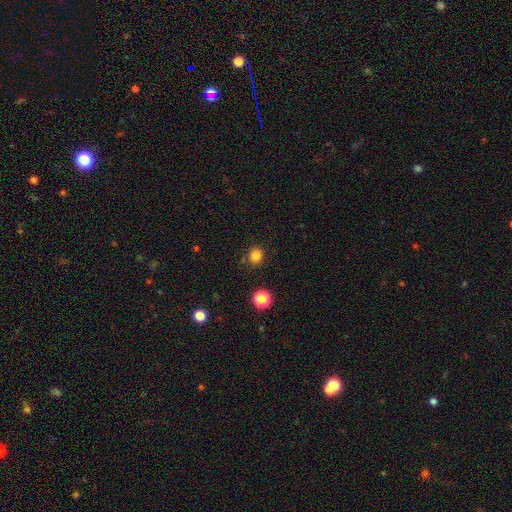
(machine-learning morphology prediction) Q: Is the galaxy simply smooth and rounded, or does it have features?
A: smooth — 83%.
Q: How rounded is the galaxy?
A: round — 81%.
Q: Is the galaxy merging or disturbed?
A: none — 85%.